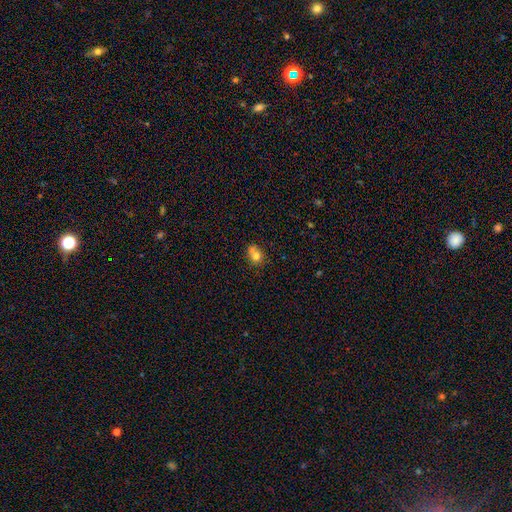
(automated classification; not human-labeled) smooth_or_featured: smooth (p=0.73) [alt: featured or disk p=0.15]
how_rounded: round (p=0.58) [alt: in between p=0.41]
merging: none (p=0.42) [alt: merger p=0.29]